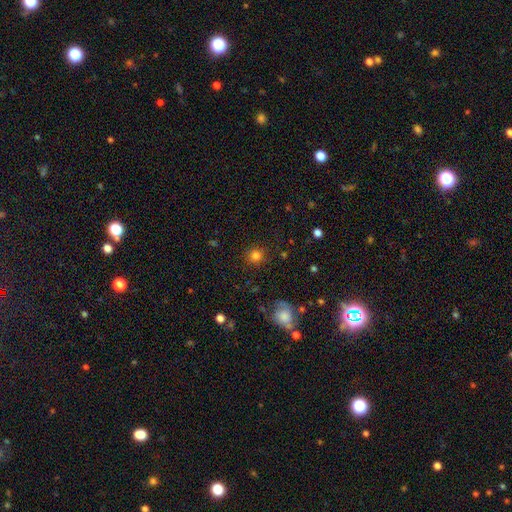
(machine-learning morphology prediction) Overall: smooth (82%). How rounded: round (90%). Merging: none (88%).